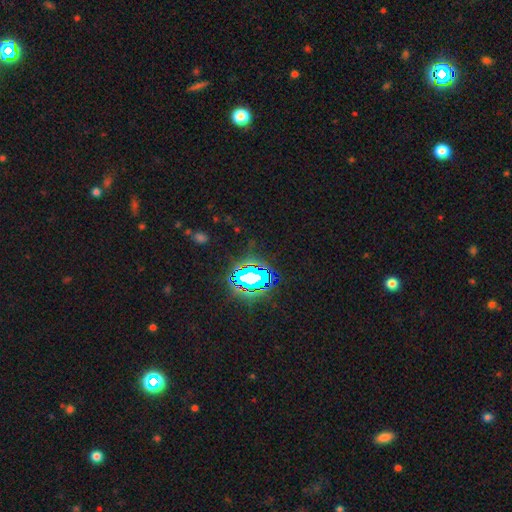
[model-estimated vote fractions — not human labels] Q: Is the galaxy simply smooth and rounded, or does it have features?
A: star or artifact — 80%.